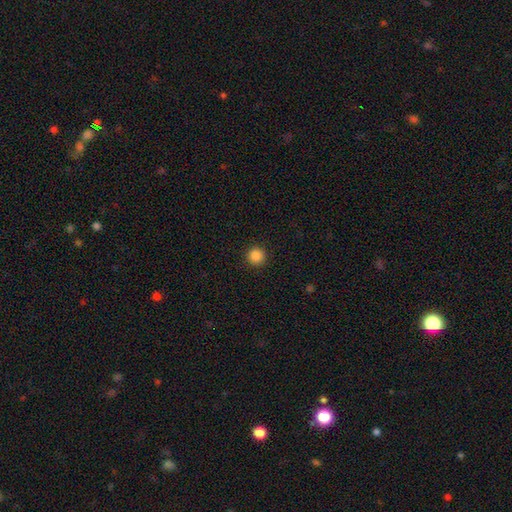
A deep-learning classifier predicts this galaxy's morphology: Smooth or featured?
  - smooth: 86% *
  - star or artifact: 11%
  - featured or disk: 3%
How rounded?
  - round: 96% *
  - in between: 3%
  - cigar-shaped: 1%
Merging?
  - none: 93% *
  - minor disturbance: 5%
  - major disturbance: 2%
  - merger: 1%